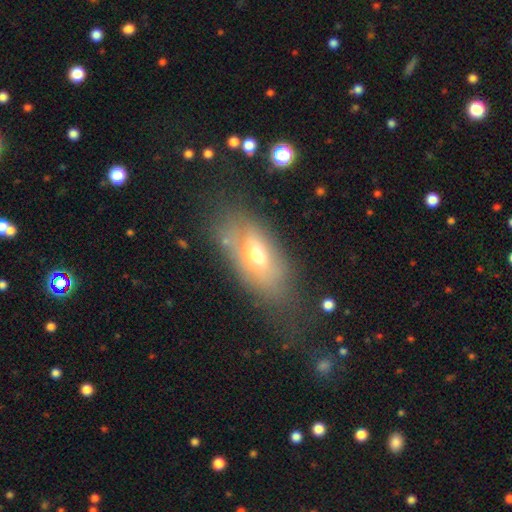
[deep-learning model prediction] Smooth or featured? smooth (59%)
How rounded? in between (85%)
Merging? none (54%)